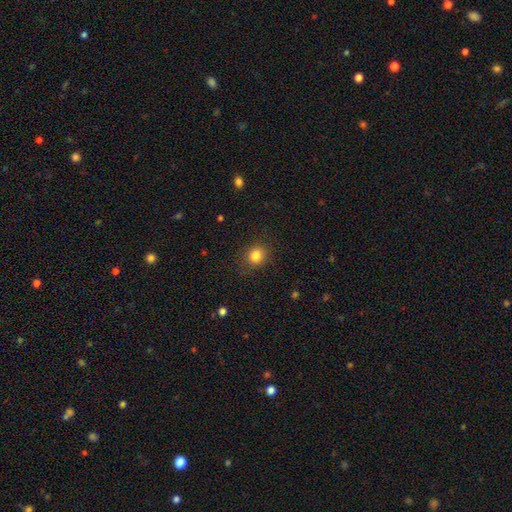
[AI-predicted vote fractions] A smooth galaxy with no disk features (84%) that is round (73%). Merging: none (86%).